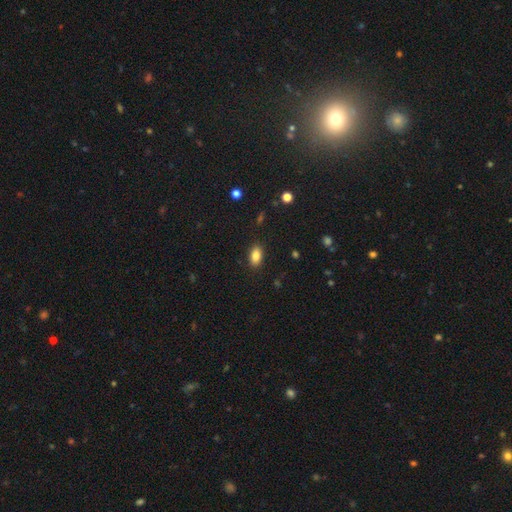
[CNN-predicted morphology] This appears to be a smooth galaxy with no disk features (84%) that is in between round and cigar-shaped (89%). Merging: none (88%).